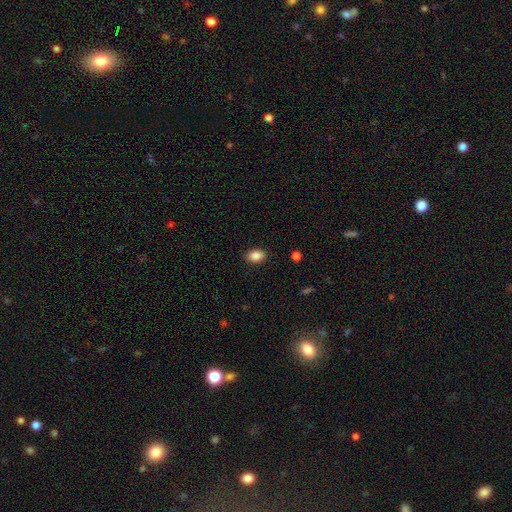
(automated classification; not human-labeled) smooth-or-featured: smooth: 88% | star or artifact: 8% | featured or disk: 4%
  how-rounded: in between: 85% | round: 14% | cigar-shaped: 1%
  merging: none: 88% | minor disturbance: 9% | major disturbance: 2% | merger: 1%